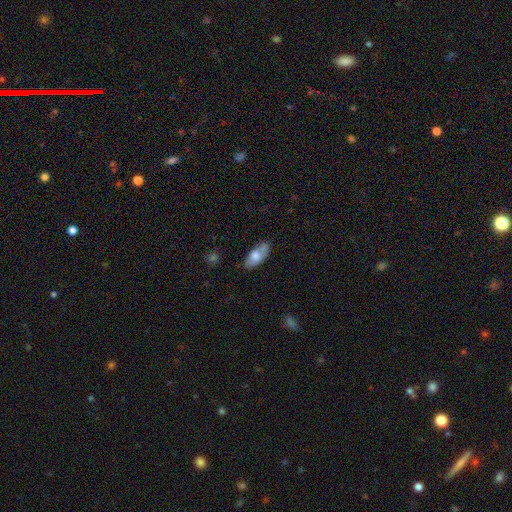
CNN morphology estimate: Smooth or featured? smooth (71%)
How rounded? in between (86%)
Merging? none (67%)